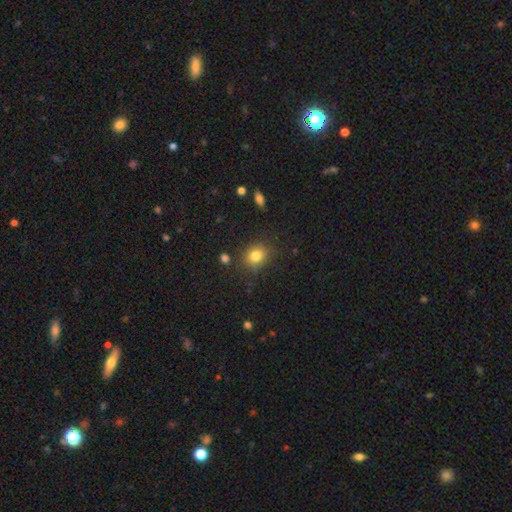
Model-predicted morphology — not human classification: Smooth or featured? Predicted: smooth (p=0.81). How rounded? Predicted: round (p=0.65). Merging? Predicted: none (p=0.81).